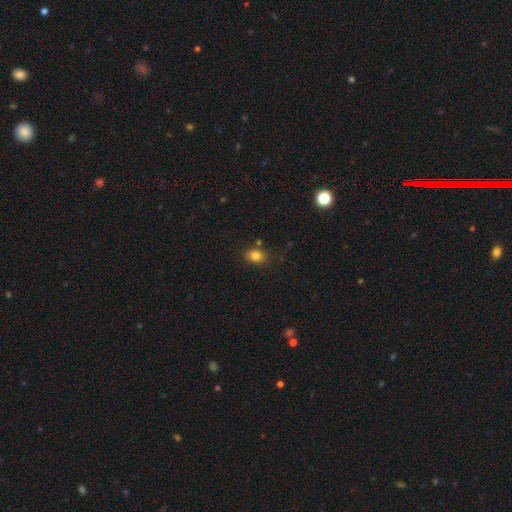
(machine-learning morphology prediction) Smooth or featured: smooth — 82% (star or artifact — 12%)
How rounded: in between — 55% (round — 44%)
Merging: none — 78% (minor disturbance — 14%)